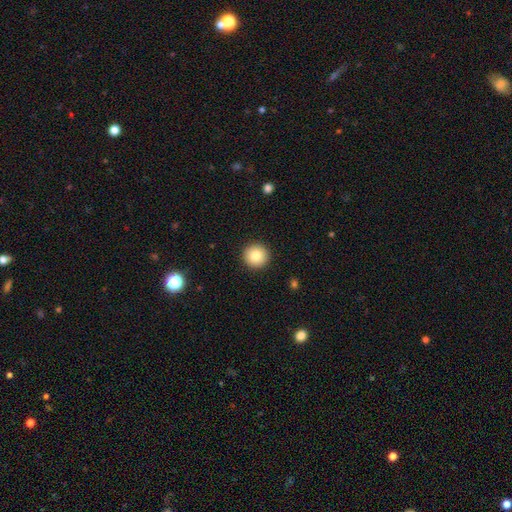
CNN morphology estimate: This is clearly a smooth galaxy (83%). How rounded: clearly round (95%). Merging: clearly none (92%).